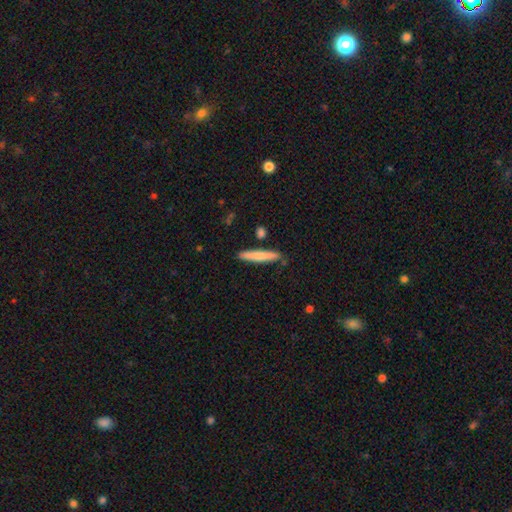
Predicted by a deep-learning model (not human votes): smooth-or-featured: smooth: 71% | featured or disk: 23% | star or artifact: 6%
  how-rounded: cigar-shaped: 94% | in between: 5% | round: 1%
  merging: none: 86% | minor disturbance: 9% | merger: 3% | major disturbance: 2%